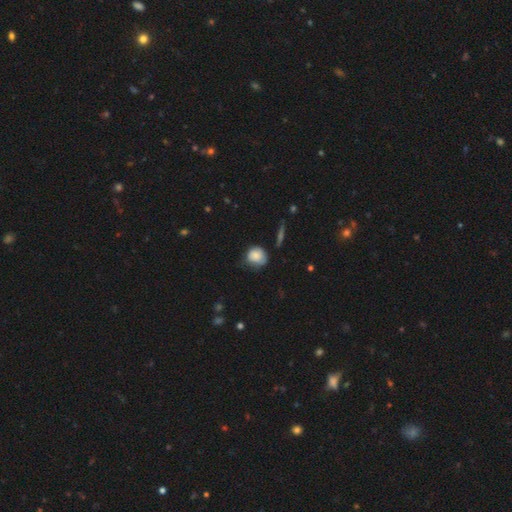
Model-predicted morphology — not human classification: Smooth or featured?
  - smooth: 79% *
  - featured or disk: 13%
  - star or artifact: 8%
How rounded?
  - round: 79% *
  - in between: 20%
  - cigar-shaped: 1%
Merging?
  - none: 53% *
  - minor disturbance: 35%
  - major disturbance: 9%
  - merger: 3%